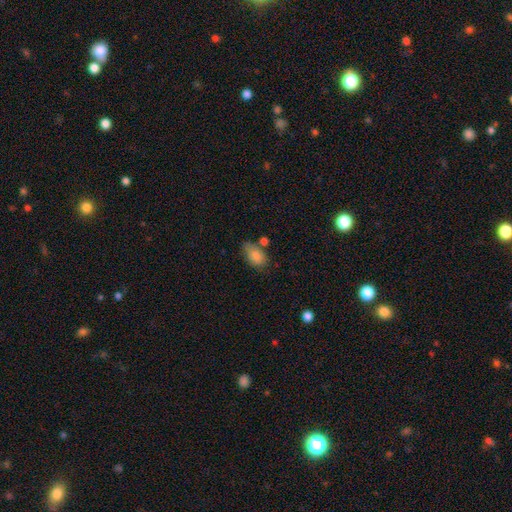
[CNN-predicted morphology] A smooth galaxy with no disk features (83%) that is in between round and cigar-shaped (89%). Merging: none (56%).